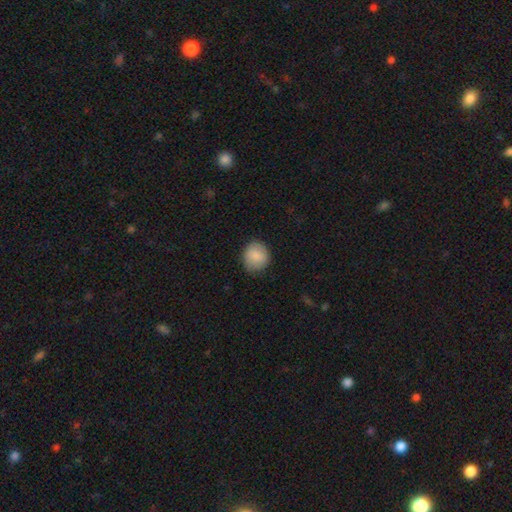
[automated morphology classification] Overall: smooth (86%). How rounded: round (81%). Merging: none (81%).